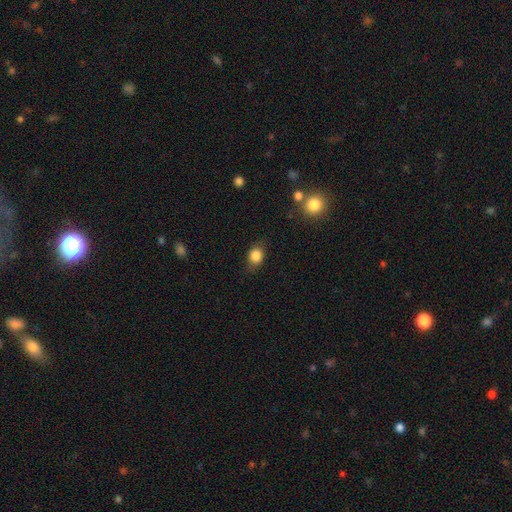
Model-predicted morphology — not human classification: This appears to be a smooth galaxy with no disk features (83%) that is round (53%). Merging: none (76%).